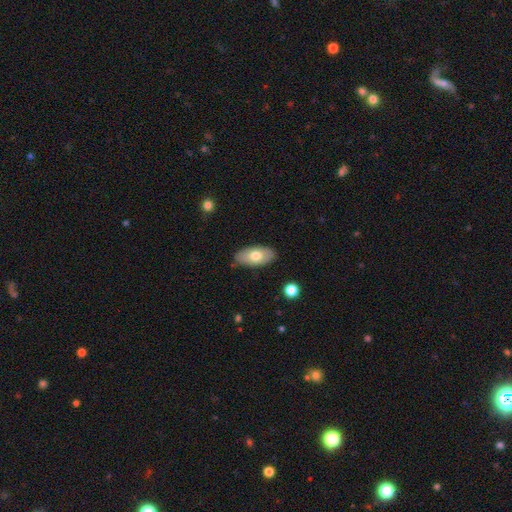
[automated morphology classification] smooth-or-featured: smooth: 69% | featured or disk: 26% | star or artifact: 6%
  how-rounded: in between: 93% | cigar-shaped: 4% | round: 3%
  merging: none: 85% | minor disturbance: 12% | major disturbance: 2% | merger: 1%